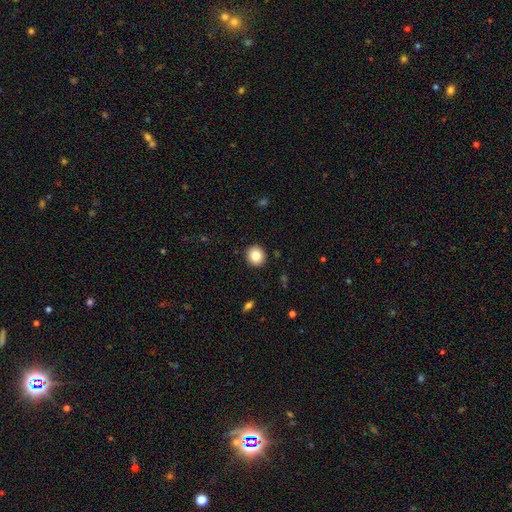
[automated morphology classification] smooth-or-featured: smooth: 83% | star or artifact: 9% | featured or disk: 8%
  how-rounded: round: 87% | in between: 12% | cigar-shaped: 1%
  merging: none: 92% | minor disturbance: 5% | major disturbance: 2% | merger: 1%